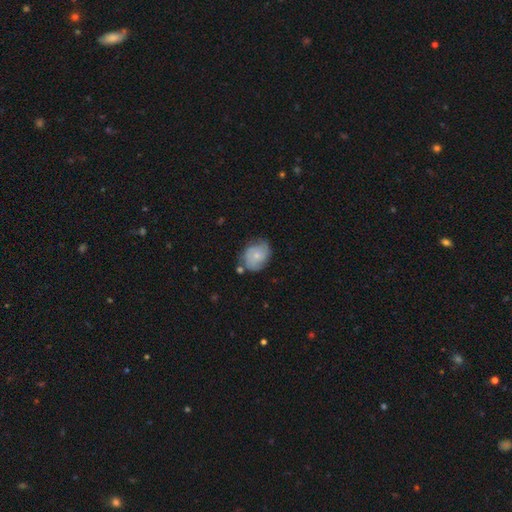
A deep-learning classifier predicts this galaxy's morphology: This appears to be a smooth galaxy with no disk features (49%). Merging: none (58%).